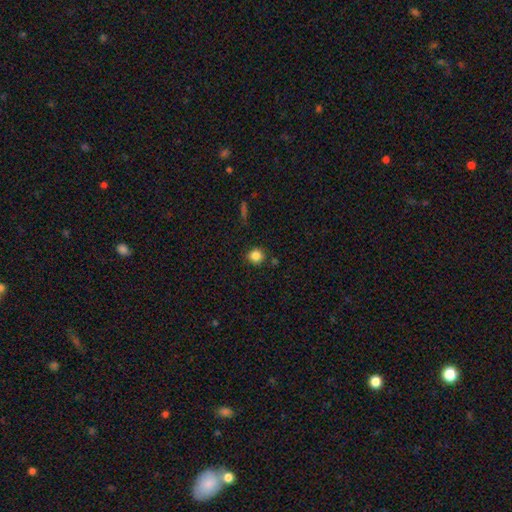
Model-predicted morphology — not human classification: Q: Smooth or featured?
A: smooth (84%); runner-up: star or artifact (11%)
Q: How rounded?
A: round (92%); runner-up: in between (7%)
Q: Merging?
A: none (86%); runner-up: minor disturbance (9%)